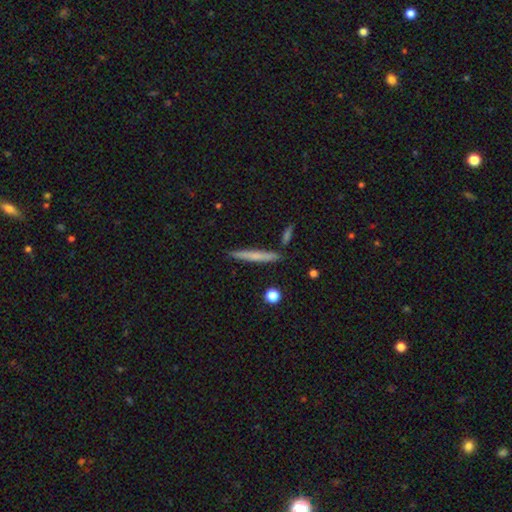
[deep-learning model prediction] Smooth or featured? Predicted: smooth (p=0.62). How rounded? Predicted: cigar-shaped (p=0.95). Merging? Predicted: none (p=0.86).